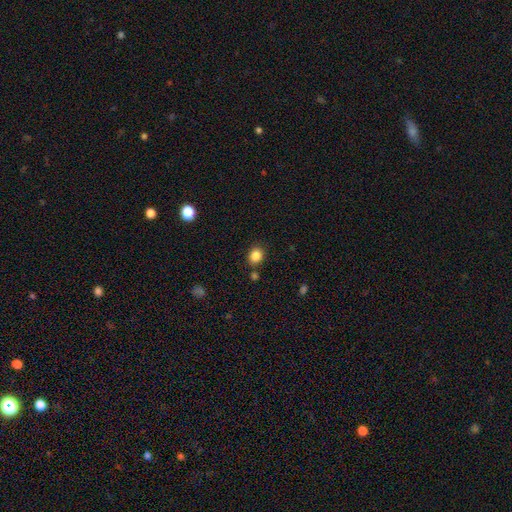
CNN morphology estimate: Smooth or featured: smooth — 85% (star or artifact — 10%)
How rounded: round — 64% (in between — 35%)
Merging: none — 83% (minor disturbance — 10%)